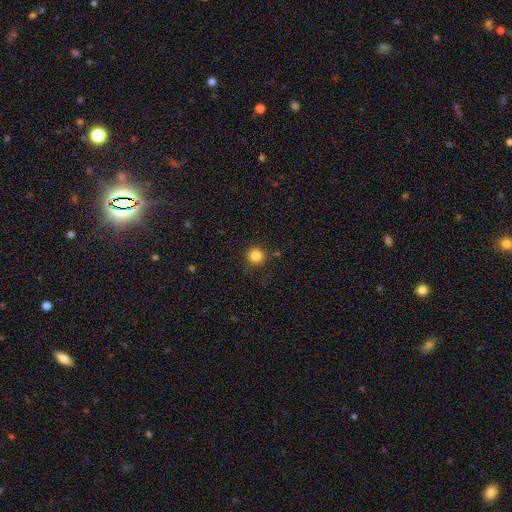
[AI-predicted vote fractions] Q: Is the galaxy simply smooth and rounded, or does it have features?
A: smooth — 84%.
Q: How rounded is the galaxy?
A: round — 95%.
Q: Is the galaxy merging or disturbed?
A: none — 88%.